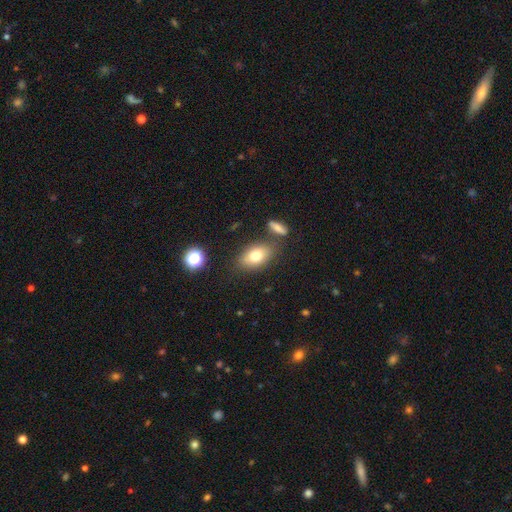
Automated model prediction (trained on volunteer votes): smooth 75%, featured or disk 16%, star or artifact 10%. Down the decision tree: how rounded — in between (85%); merging — none (75%).